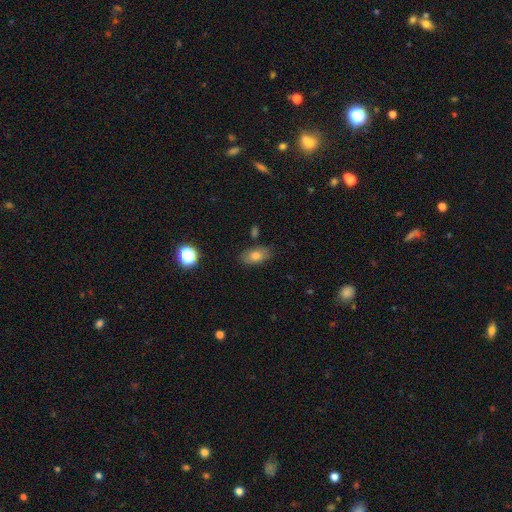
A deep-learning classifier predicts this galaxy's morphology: The model was most divided on "smooth or featured": smooth: 76%, featured or disk: 14%, star or artifact: 10%. More confident: how rounded — in between (89%); merging — none (80%).